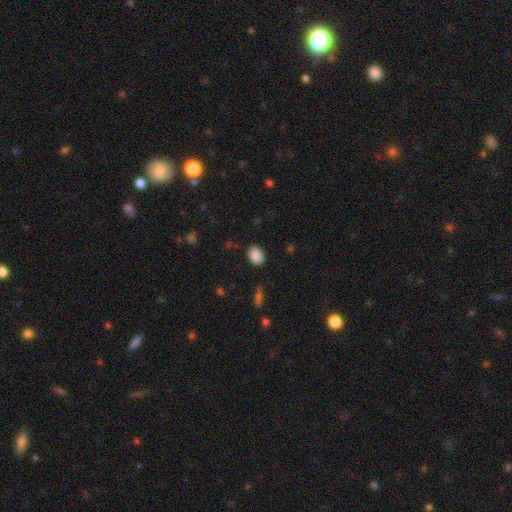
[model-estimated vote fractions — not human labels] Smooth or featured?
  - smooth: 89% *
  - star or artifact: 8%
  - featured or disk: 4%
How rounded?
  - in between: 79% *
  - round: 20%
  - cigar-shaped: 1%
Merging?
  - none: 85% *
  - minor disturbance: 11%
  - major disturbance: 3%
  - merger: 1%